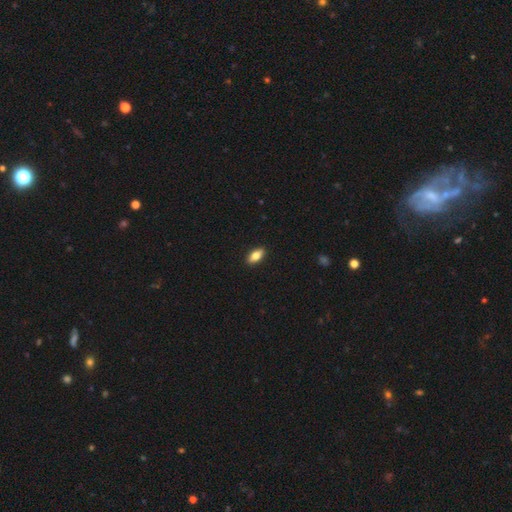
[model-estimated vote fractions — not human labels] Smooth or featured: smooth — 75% (featured or disk — 18%)
How rounded: in between — 85% (cigar-shaped — 11%)
Merging: none — 91% (minor disturbance — 7%)